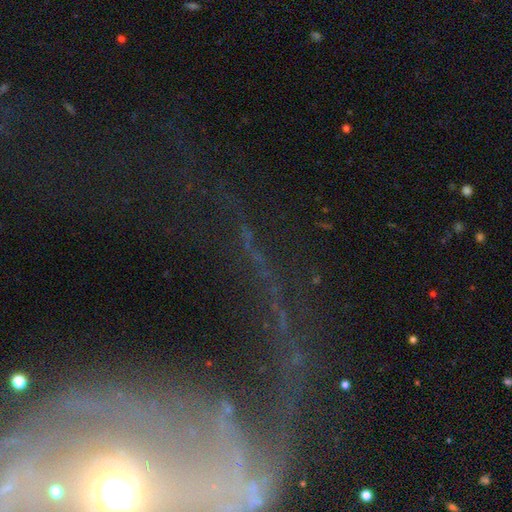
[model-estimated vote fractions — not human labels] The model was most divided on "smooth or featured": featured or disk: 55%, star or artifact: 31%, smooth: 14%. More confident: edge-on disk — no (77%); merging — none (51%).